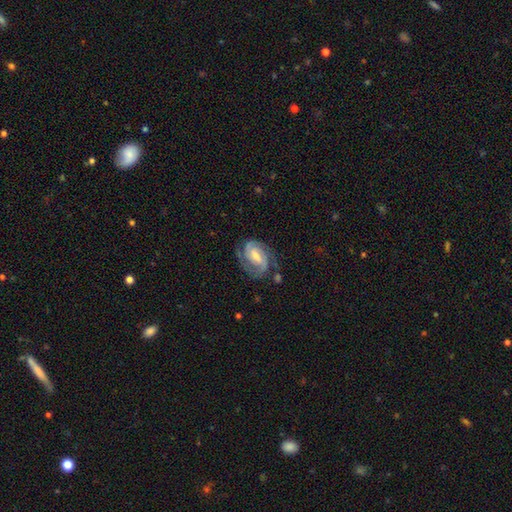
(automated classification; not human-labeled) Smooth or featured? Predicted: featured or disk (p=0.87). Edge-on disk? Predicted: no (p=0.97). Bar? Predicted: weak (p=0.51). Spiral arms? Predicted: yes (p=0.97). Spiral winding? Predicted: tight (p=0.54). Spiral arm count? Predicted: 2 (p=0.67). Bulge size? Predicted: moderate (p=0.51). Merging? Predicted: none (p=0.70).